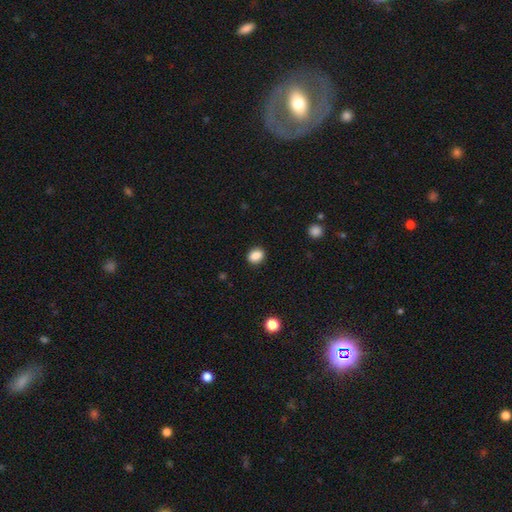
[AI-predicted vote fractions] Overall: smooth (88%). How rounded: in between (55%; round 43%). Merging: none (89%).